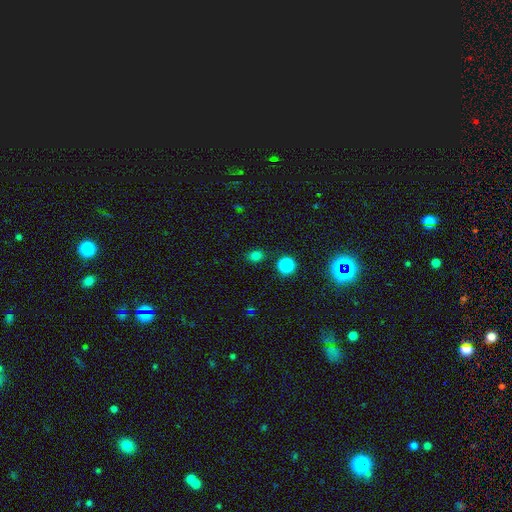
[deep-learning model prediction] Morphology: type=smooth (77%); roundness=round (60%); merging=none (83%).